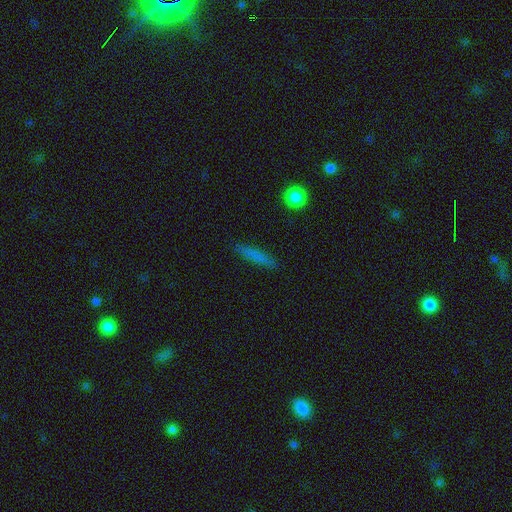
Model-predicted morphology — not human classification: Smooth or featured: smooth — 75% (featured or disk — 16%)
How rounded: cigar-shaped — 90% (in between — 8%)
Merging: none — 88% (minor disturbance — 8%)